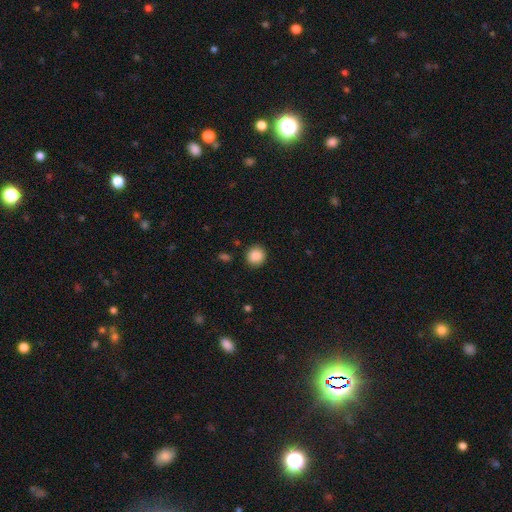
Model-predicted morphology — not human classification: The model was most divided on "smooth or featured": smooth: 88%, star or artifact: 9%, featured or disk: 3%. More confident: how rounded — round (91%); merging — none (91%).